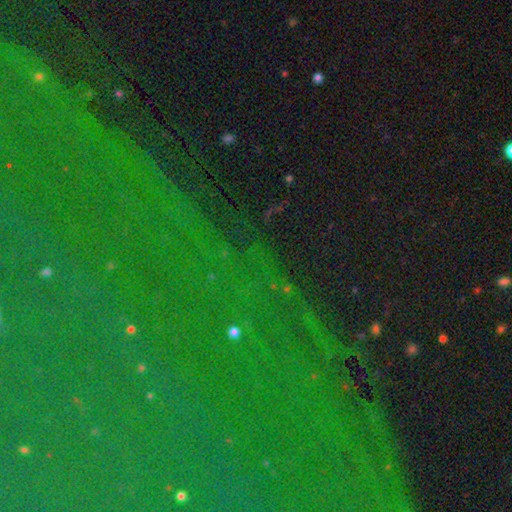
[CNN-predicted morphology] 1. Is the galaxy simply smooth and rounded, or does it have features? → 86% star or artifact, 7% featured or disk, 7% smooth.